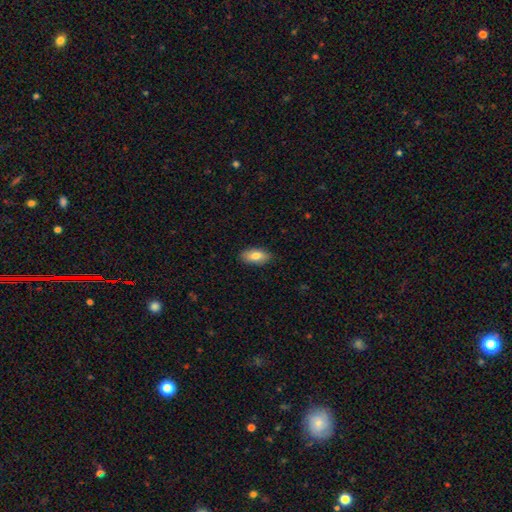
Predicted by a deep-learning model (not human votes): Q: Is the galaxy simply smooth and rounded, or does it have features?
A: smooth — 80%.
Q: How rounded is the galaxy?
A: in between — 91%.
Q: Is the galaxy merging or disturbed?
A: none — 87%.